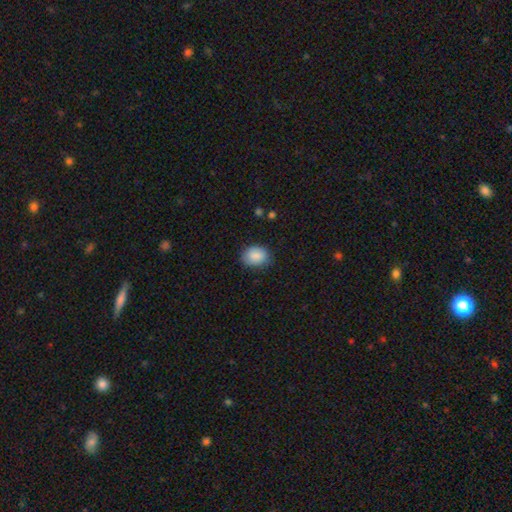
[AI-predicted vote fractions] This appears to be a smooth galaxy with no disk features (88%) that is in between round and cigar-shaped (60%). Merging: none (79%).